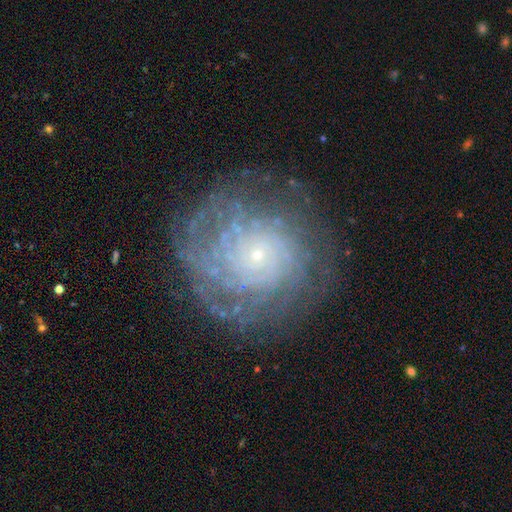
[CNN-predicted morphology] This appears to be a featured or disk galaxy (78%) with no bar (83%), tight (76%) spiral arms (91%) and a small central bulge (88%). Merging: none (76%).